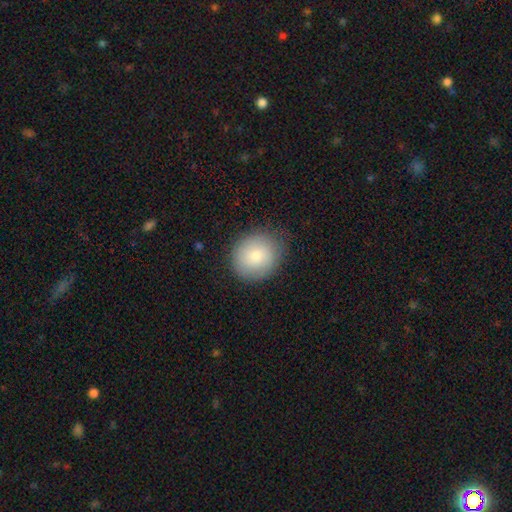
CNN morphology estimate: type=smooth (81%); roundness=round (76%); merging=none (82%).